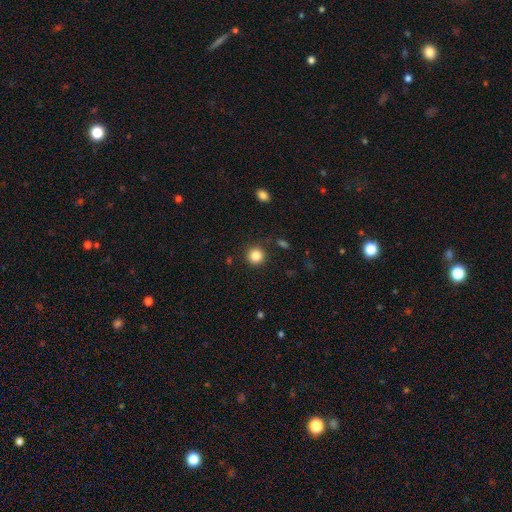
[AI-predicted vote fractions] Smooth or featured? Predicted: smooth (p=0.85). How rounded? Predicted: round (p=0.94). Merging? Predicted: none (p=0.89).